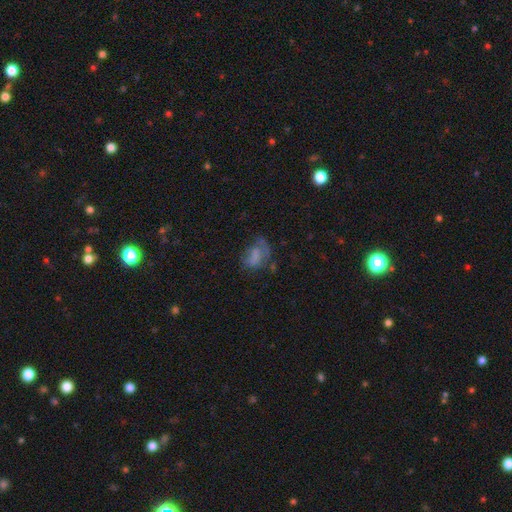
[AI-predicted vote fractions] Morphology: type=smooth (57%); roundness=in between (79%); merging=major disturbance (35%).